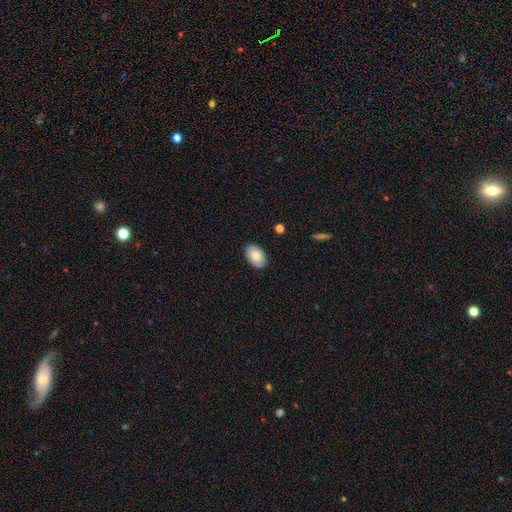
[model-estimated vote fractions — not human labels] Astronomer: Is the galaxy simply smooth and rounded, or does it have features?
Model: smooth — 79%.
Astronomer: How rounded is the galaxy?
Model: in between — 89%.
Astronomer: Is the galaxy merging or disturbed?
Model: none — 86%.